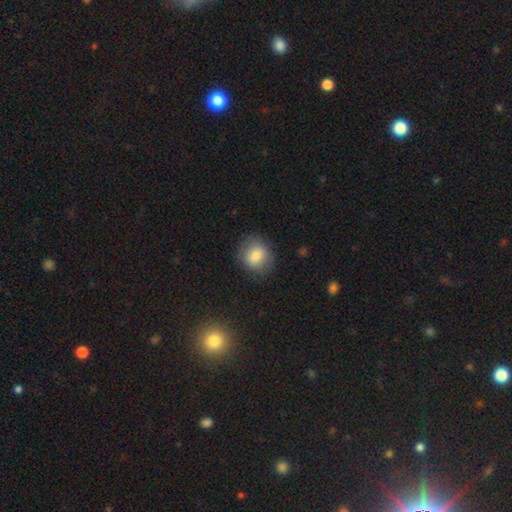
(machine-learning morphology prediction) Overall: smooth (80%). How rounded: round (78%). Merging: none (81%).